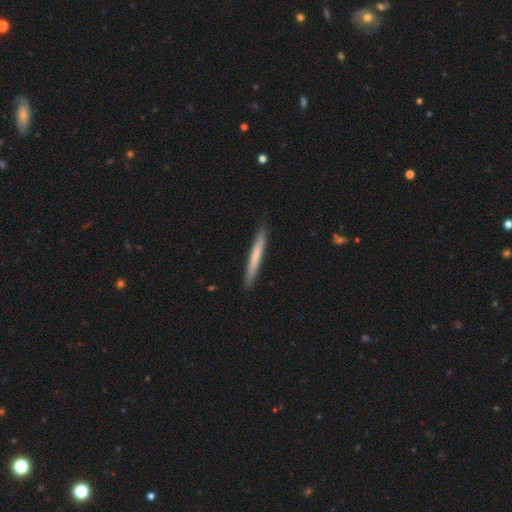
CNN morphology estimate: Smooth or featured? smooth (63%)
How rounded? cigar-shaped (97%)
Merging? none (90%)